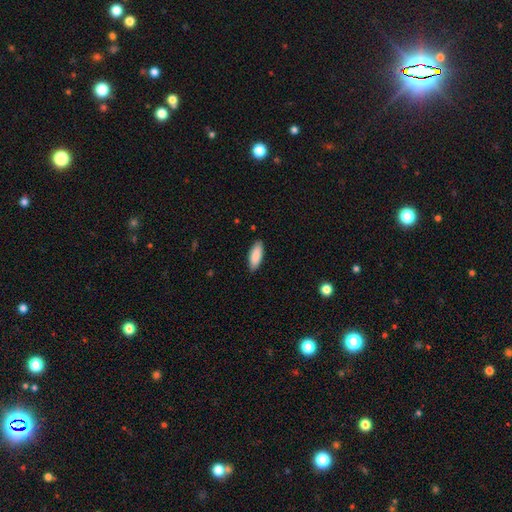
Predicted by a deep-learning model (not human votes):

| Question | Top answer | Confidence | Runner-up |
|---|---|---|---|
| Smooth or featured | smooth | 88% | featured or disk (6%) |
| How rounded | in between | 77% | cigar-shaped (21%) |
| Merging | none | 86% | minor disturbance (11%) |